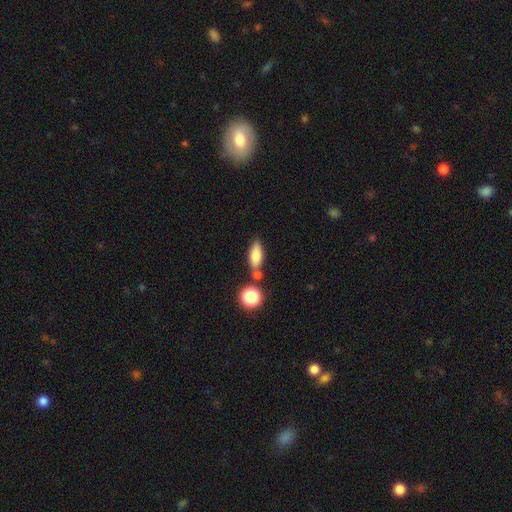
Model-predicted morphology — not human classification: A smooth galaxy with no disk features (80%) that is in between round and cigar-shaped (75%).

Vote fractions:
- Smooth or featured? smooth: 80% / featured or disk: 11% / star or artifact: 9%
- How rounded? in between: 75% / cigar-shaped: 17% / round: 8%
- Merging? none: 62% / merger: 18% / minor disturbance: 15% / major disturbance: 4%